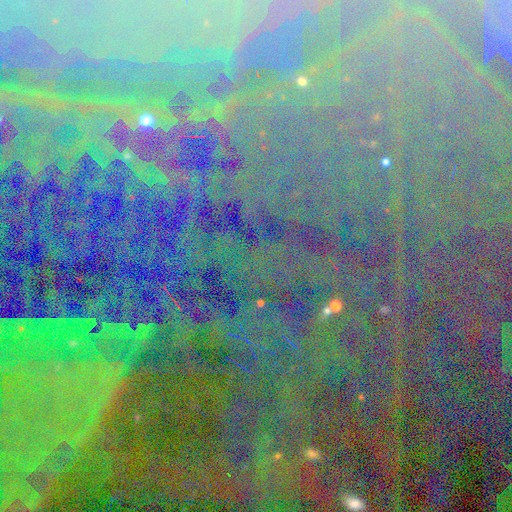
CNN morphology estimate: This is clearly a star or artifact rather than a galaxy (86%).